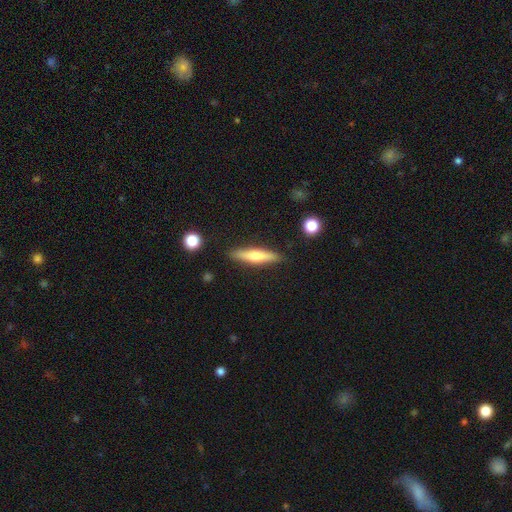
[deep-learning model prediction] smooth_or_featured: smooth (p=0.55) [alt: featured or disk p=0.39]
how_rounded: cigar-shaped (p=0.83) [alt: in between p=0.15]
merging: none (p=0.87) [alt: minor disturbance p=0.09]